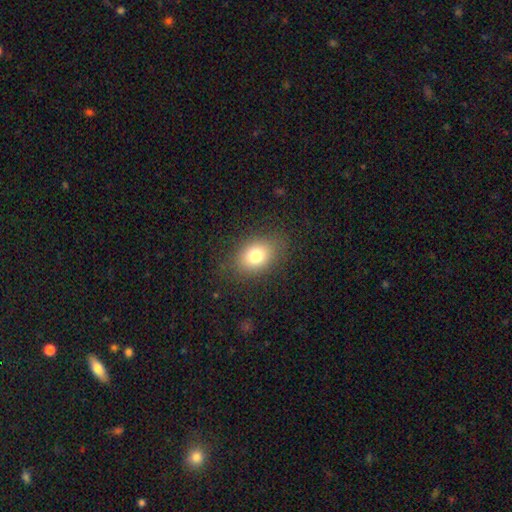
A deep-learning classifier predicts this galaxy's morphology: A smooth galaxy with no disk features (77%) that is in between round and cigar-shaped (68%). Merging: none (83%).